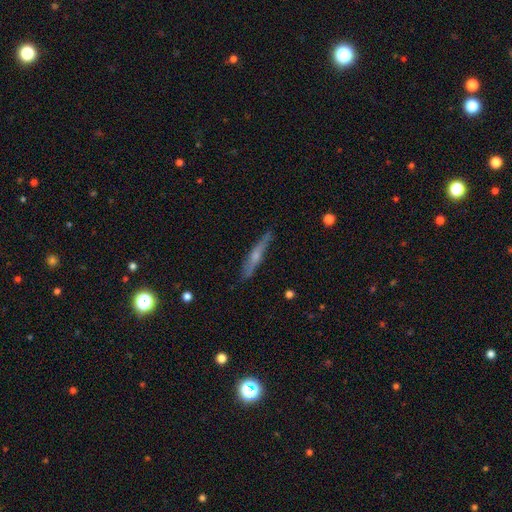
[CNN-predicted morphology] Smooth or featured? featured or disk (60%)
Edge-on disk? yes (93%)
Edge-on bulge? rounded (74%)
Merging? none (83%)